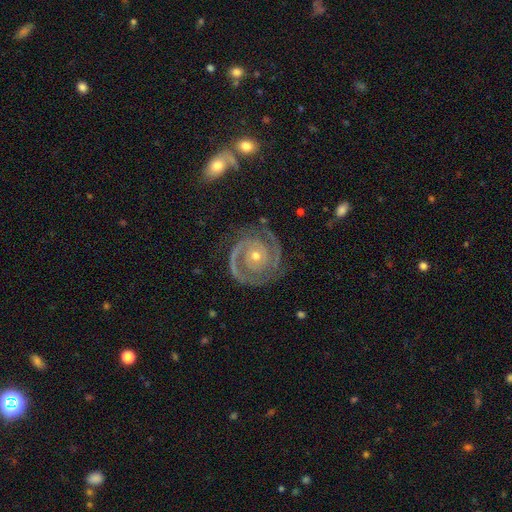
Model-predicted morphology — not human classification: A featured or disk galaxy (92%) with no bar (76%), 2 (78%) tight (76%) spiral arms (98%) and a small central bulge (54%). Merging: none (80%).